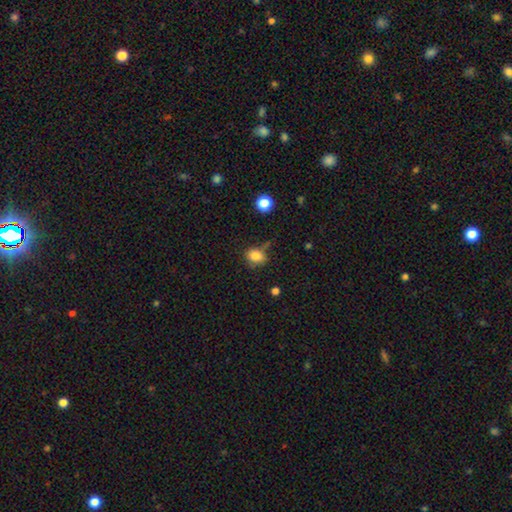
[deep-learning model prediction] smooth 81%, star or artifact 11%, featured or disk 7%. Down the decision tree: how rounded — round (58%); merging — none (61%).